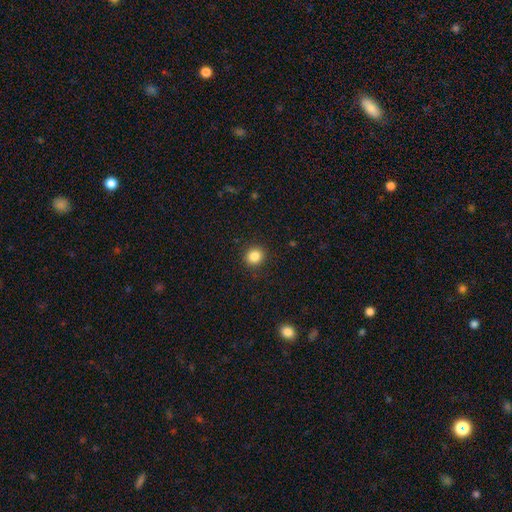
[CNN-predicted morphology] Q: Smooth or featured?
A: smooth (85%); runner-up: star or artifact (11%)
Q: How rounded?
A: round (88%); runner-up: in between (11%)
Q: Merging?
A: none (91%); runner-up: minor disturbance (6%)